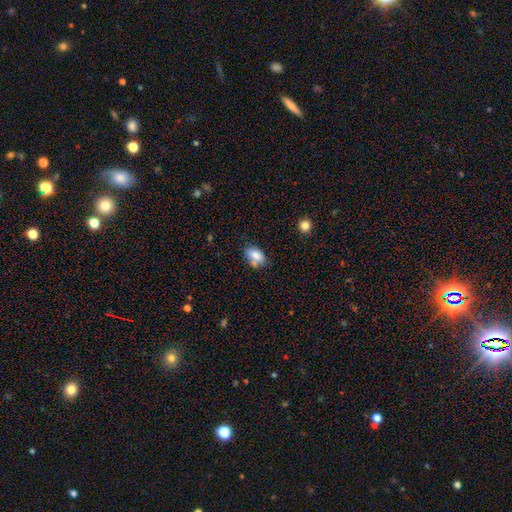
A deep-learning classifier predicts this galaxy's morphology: Smooth or featured: smooth — 79% (featured or disk — 12%)
How rounded: in between — 87% (round — 10%)
Merging: none — 56% (minor disturbance — 22%)